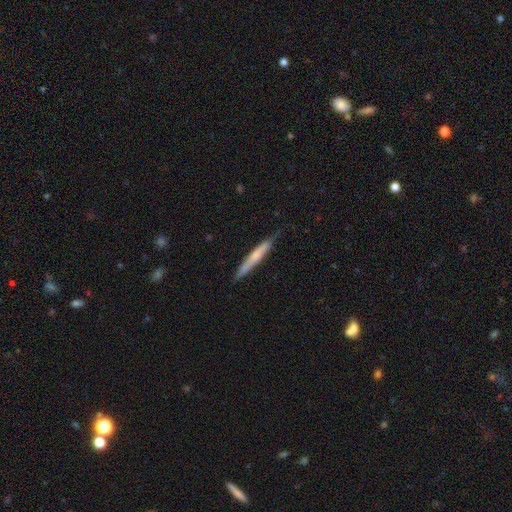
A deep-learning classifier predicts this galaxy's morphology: Overall: smooth (56%; featured or disk 38%). How rounded: cigar-shaped (95%). Merging: none (79%).